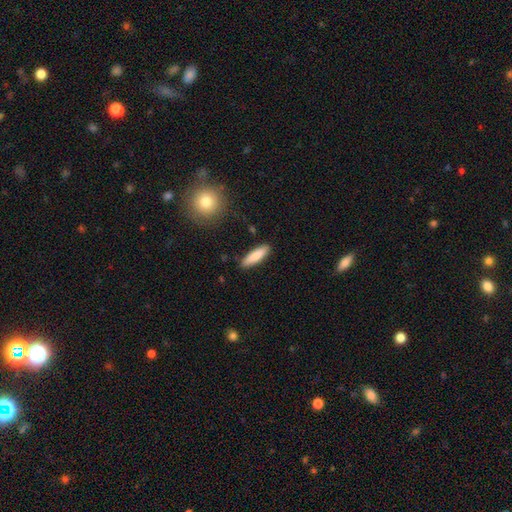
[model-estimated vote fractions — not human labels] Smooth or featured: smooth — 82% (featured or disk — 12%)
How rounded: cigar-shaped — 60% (in between — 39%)
Merging: none — 87% (minor disturbance — 9%)